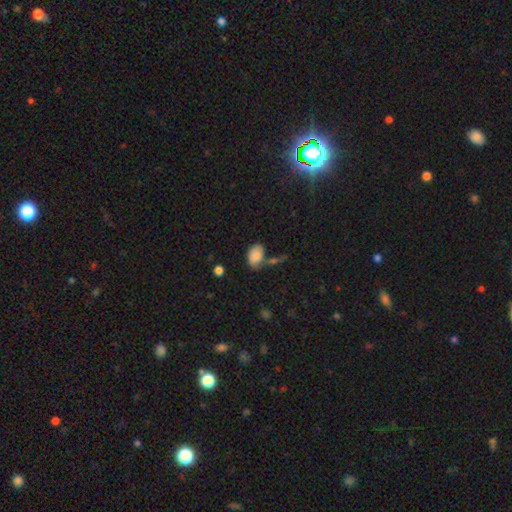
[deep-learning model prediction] The model was most divided on "merging": none: 51%, minor disturbance: 24%, merger: 16%, major disturbance: 8%. More confident: how rounded — in between (90%); smooth or featured — smooth (84%).